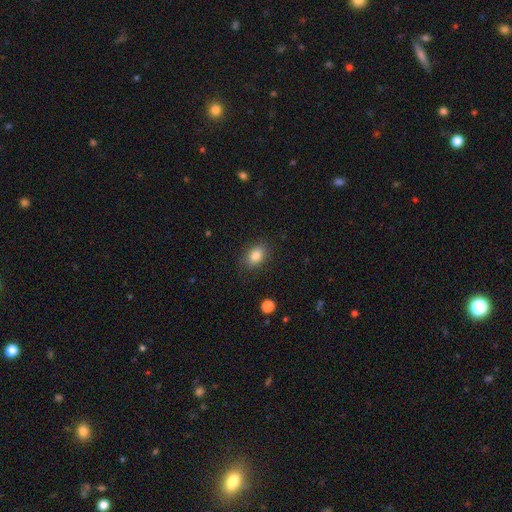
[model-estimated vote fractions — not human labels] Overall: smooth (83%). How rounded: in between (76%). Merging: none (84%).